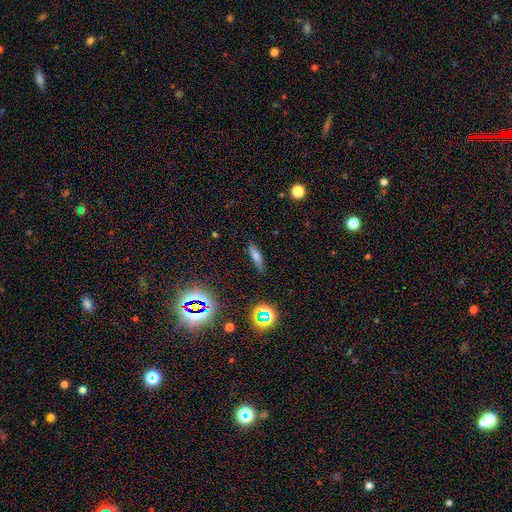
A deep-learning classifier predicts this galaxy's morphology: Overall: smooth (57%; featured or disk 26%). How rounded: cigar-shaped (73%). Merging: none (82%).